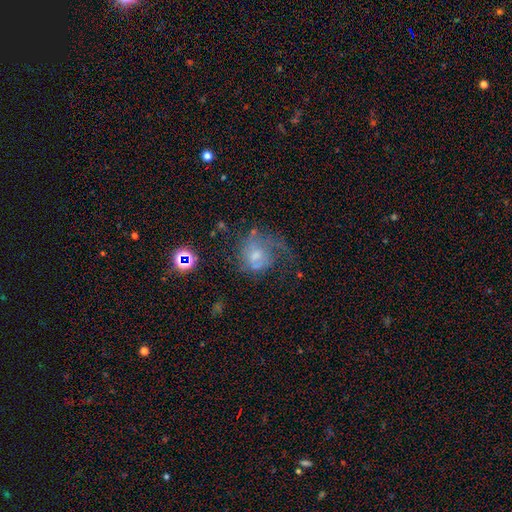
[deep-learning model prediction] This is possibly a featured or disk galaxy (54%). It is clearly not viewed edge-on (97%). Bar: likely no (71%). Spiral arm pattern: likely yes (66%). Central bulge: marginally moderate (43%). Merging: marginally major disturbance (39%).